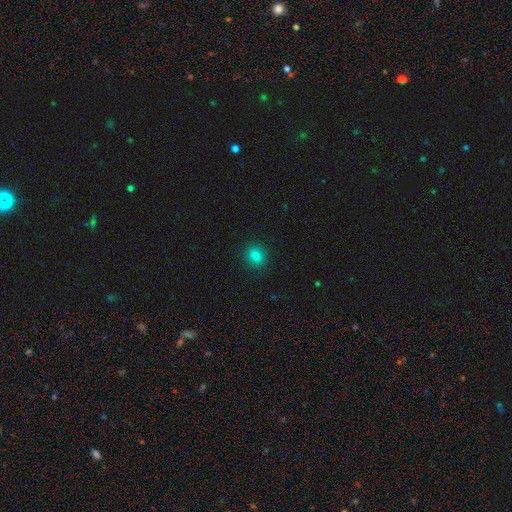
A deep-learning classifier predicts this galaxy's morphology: A smooth galaxy with no disk features (82%) that is round (75%).

Vote fractions:
- Smooth or featured? smooth: 82% / star or artifact: 13% / featured or disk: 5%
- How rounded? round: 75% / in between: 24% / cigar-shaped: 1%
- Merging? none: 91% / minor disturbance: 6% / major disturbance: 2% / merger: 1%